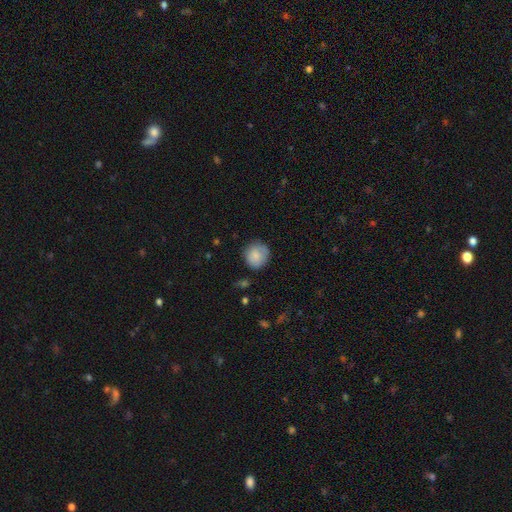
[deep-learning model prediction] Smooth or featured? Predicted: smooth (p=0.82). How rounded? Predicted: round (p=0.87). Merging? Predicted: none (p=0.71).